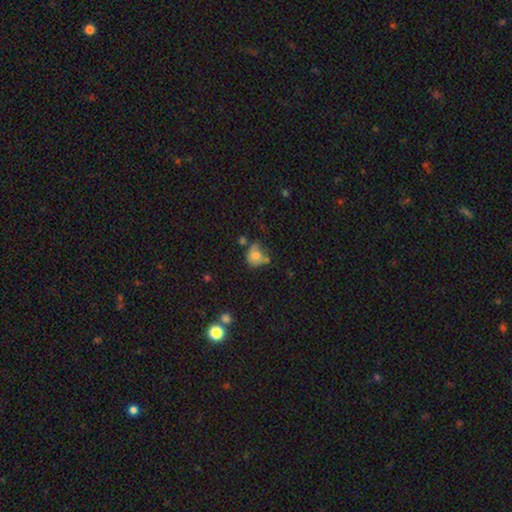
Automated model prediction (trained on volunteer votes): A smooth galaxy with no disk features (70%) that is round (65%). Merging: none (40%).